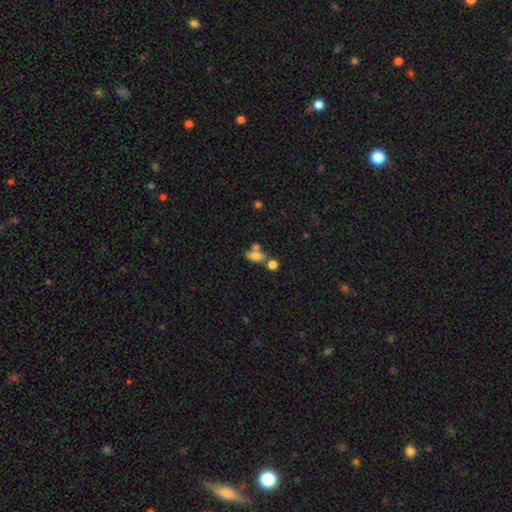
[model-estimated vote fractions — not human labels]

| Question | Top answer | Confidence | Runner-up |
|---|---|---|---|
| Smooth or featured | smooth | 72% | featured or disk (16%) |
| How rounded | in between | 79% | round (13%) |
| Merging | none | 43% | merger (34%) |